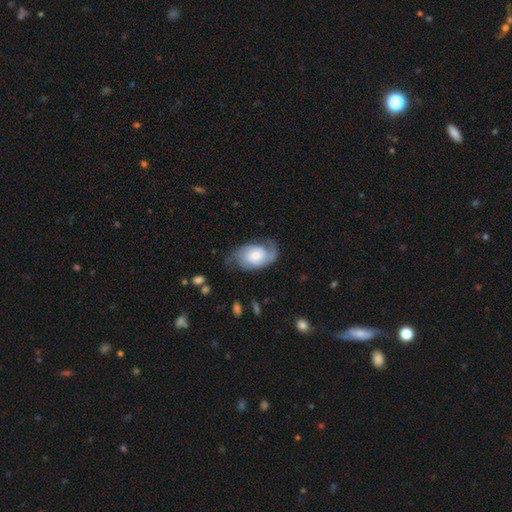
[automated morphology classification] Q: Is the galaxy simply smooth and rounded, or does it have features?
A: featured or disk — 70%.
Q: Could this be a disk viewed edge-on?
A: no — 96%.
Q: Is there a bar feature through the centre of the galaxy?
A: no — 66%.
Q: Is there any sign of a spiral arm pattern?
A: yes — 92%.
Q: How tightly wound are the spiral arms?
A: medium — 43%.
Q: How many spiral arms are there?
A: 2 — 72%.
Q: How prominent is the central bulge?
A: moderate — 42%.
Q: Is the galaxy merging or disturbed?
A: none — 58%.